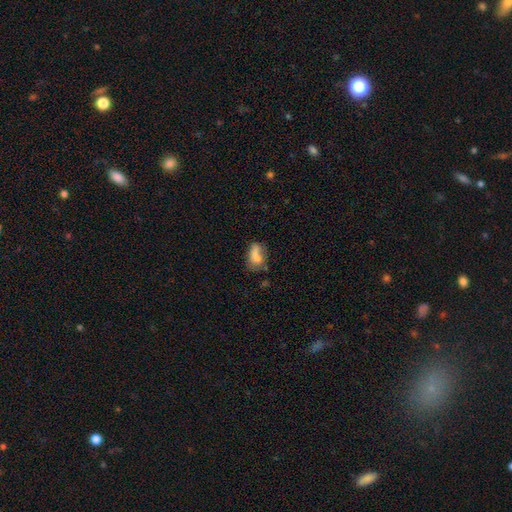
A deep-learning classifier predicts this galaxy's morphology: A smooth galaxy with no disk features (68%) that is in between round and cigar-shaped (81%). Merging: none (34%).